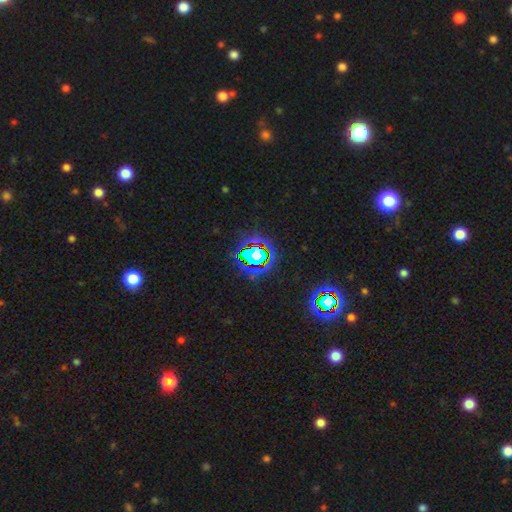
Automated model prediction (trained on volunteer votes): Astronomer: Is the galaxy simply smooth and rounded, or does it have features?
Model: star or artifact — 72%.